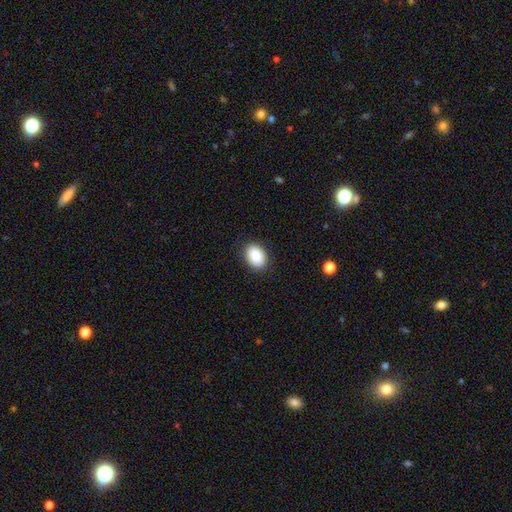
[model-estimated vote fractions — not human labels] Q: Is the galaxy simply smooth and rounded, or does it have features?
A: smooth — 89%.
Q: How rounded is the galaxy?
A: in between — 80%.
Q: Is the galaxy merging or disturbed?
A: none — 88%.